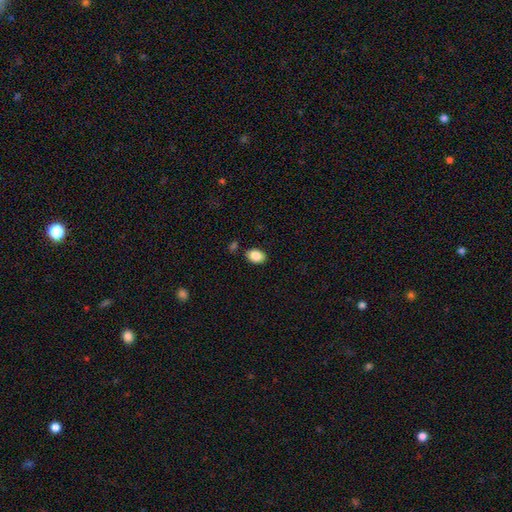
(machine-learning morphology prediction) smooth_or_featured: smooth (p=0.88) [alt: star or artifact p=0.08]
how_rounded: in between (p=0.81) [alt: round p=0.18]
merging: none (p=0.83) [alt: minor disturbance p=0.10]